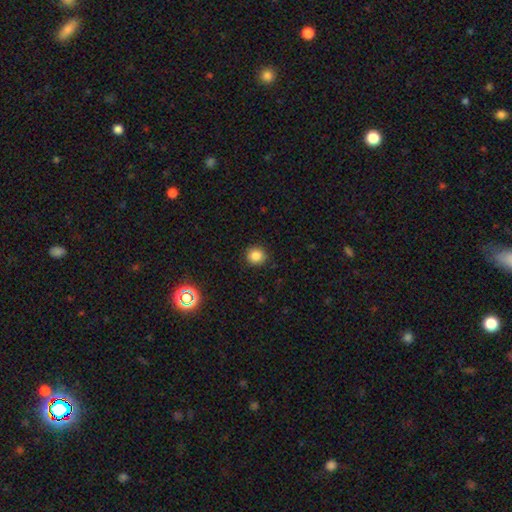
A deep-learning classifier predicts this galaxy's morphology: Smooth or featured?
  - smooth: 84% *
  - star or artifact: 12%
  - featured or disk: 4%
How rounded?
  - round: 92% *
  - in between: 8%
  - cigar-shaped: 1%
Merging?
  - none: 90% *
  - minor disturbance: 7%
  - major disturbance: 2%
  - merger: 1%